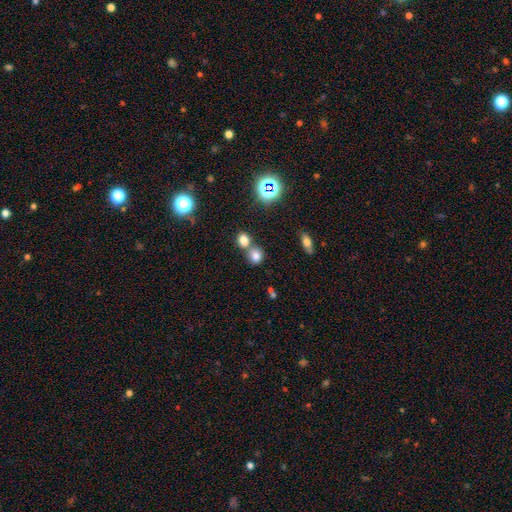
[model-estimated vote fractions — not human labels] This is likely a smooth galaxy (75%). How rounded: likely round (79%). Merging: possibly none (51%).